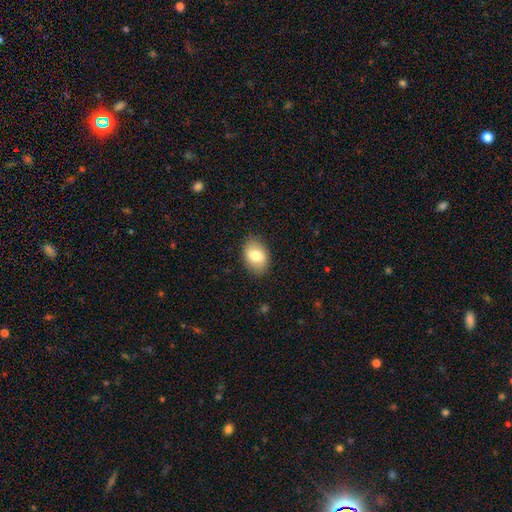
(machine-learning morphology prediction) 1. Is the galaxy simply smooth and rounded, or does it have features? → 76% smooth, 17% featured or disk, 7% star or artifact.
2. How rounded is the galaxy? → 84% in between, 15% round, 1% cigar-shaped.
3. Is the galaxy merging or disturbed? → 86% none, 11% minor disturbance, 3% major disturbance, 1% merger.